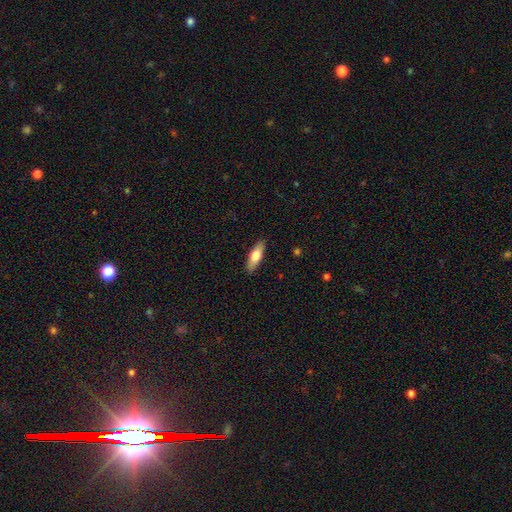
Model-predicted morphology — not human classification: Overall: smooth (69%). How rounded: in between (52%; cigar-shaped 45%). Merging: none (89%).